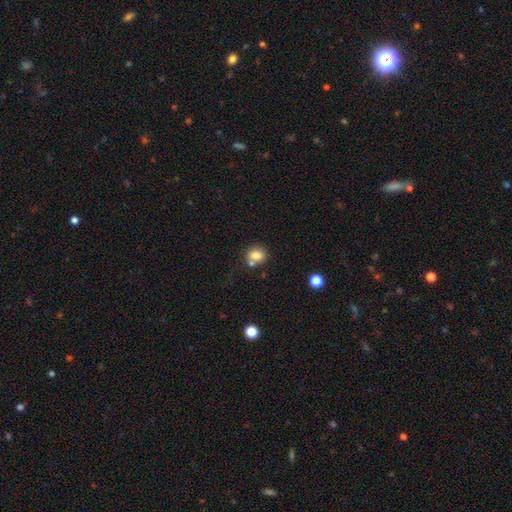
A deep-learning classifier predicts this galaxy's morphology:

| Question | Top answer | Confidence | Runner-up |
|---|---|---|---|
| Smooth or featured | smooth | 79% | star or artifact (11%) |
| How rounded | round | 75% | in between (25%) |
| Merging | none | 61% | merger (23%) |